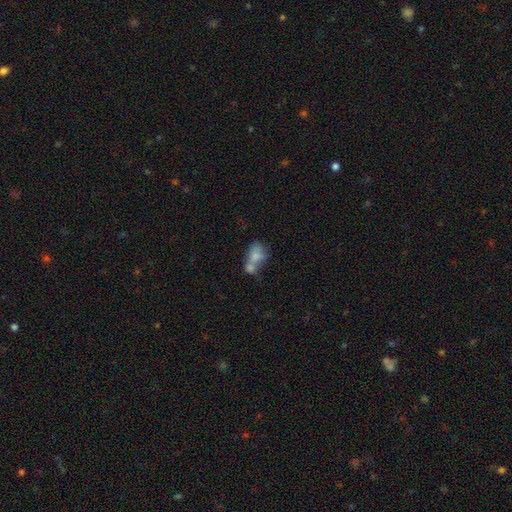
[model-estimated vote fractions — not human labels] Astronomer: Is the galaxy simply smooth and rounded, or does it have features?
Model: smooth — 67%.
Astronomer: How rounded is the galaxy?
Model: in between — 75%.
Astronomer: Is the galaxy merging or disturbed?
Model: merger — 63%.